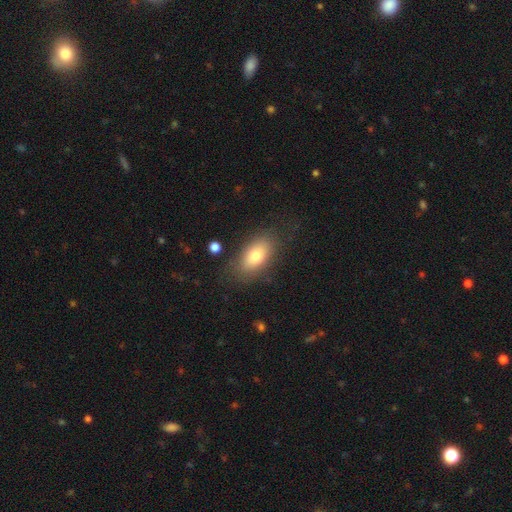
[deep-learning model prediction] A smooth galaxy with no disk features (76%) that is in between round and cigar-shaped (90%). Merging: none (78%).